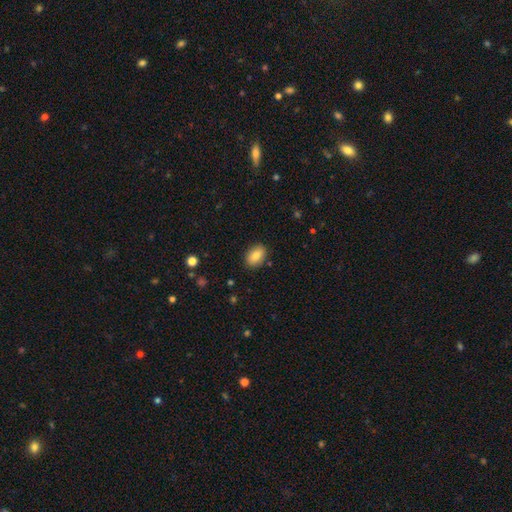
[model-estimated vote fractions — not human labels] Smooth or featured? Predicted: smooth (p=0.82). How rounded? Predicted: in between (p=0.84). Merging? Predicted: none (p=0.88).